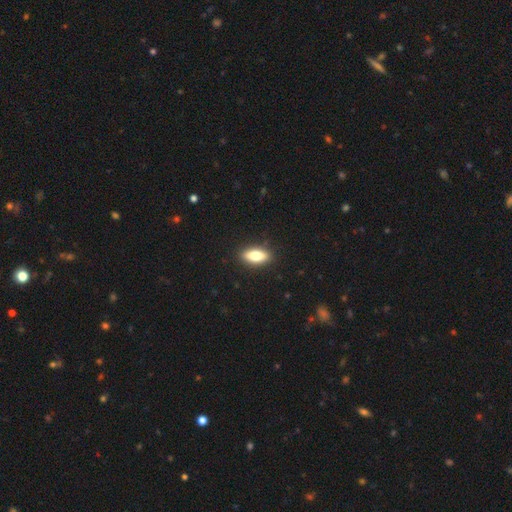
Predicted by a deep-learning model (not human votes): Overall: smooth (77%). How rounded: in between (77%). Merging: none (89%).